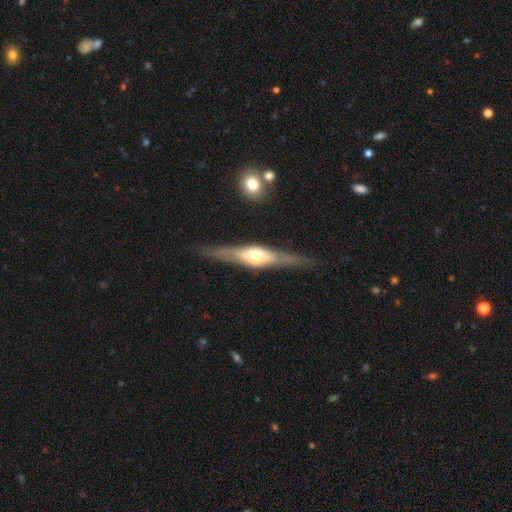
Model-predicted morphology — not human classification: smooth_or_featured: featured or disk (p=0.70) [alt: smooth p=0.25]
disk_edge_on: yes (p=0.94) [alt: no p=0.06]
edge_on_bulge: rounded (p=0.88) [alt: boxy p=0.09]
merging: none (p=0.82) [alt: minor disturbance p=0.12]